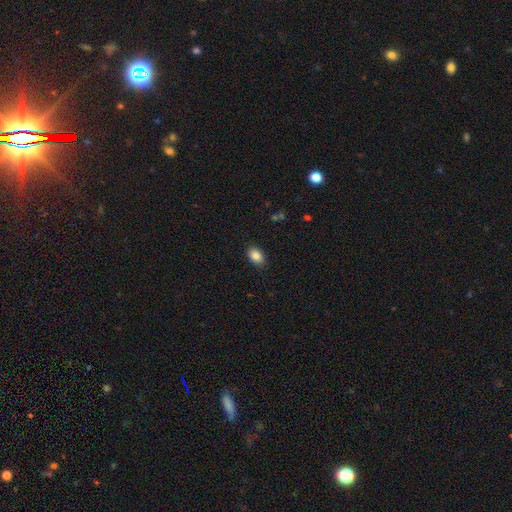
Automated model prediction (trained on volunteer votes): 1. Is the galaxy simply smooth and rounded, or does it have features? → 87% smooth, 8% star or artifact, 5% featured or disk.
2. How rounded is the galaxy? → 85% in between, 13% round, 1% cigar-shaped.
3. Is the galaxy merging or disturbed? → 88% none, 9% minor disturbance, 2% major disturbance, 1% merger.